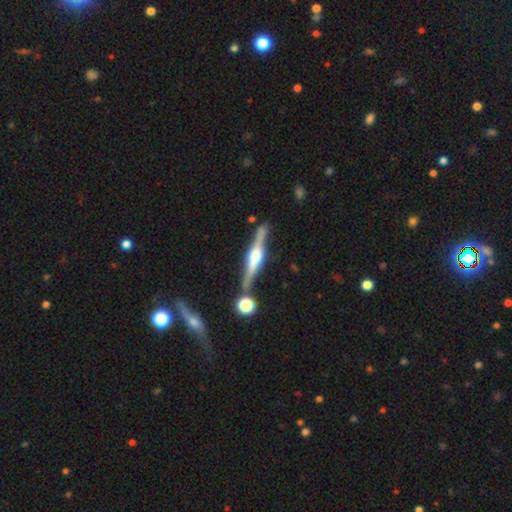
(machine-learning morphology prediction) A featured or disk galaxy (80%) viewed edge-on (97%) with a rounded central bulge (84%). Merging: none (78%).